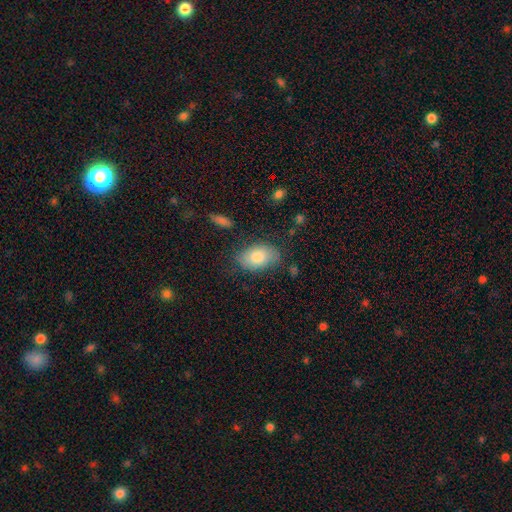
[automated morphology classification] Smooth or featured? Predicted: smooth (p=0.81). How rounded? Predicted: in between (p=0.90). Merging? Predicted: none (p=0.74).